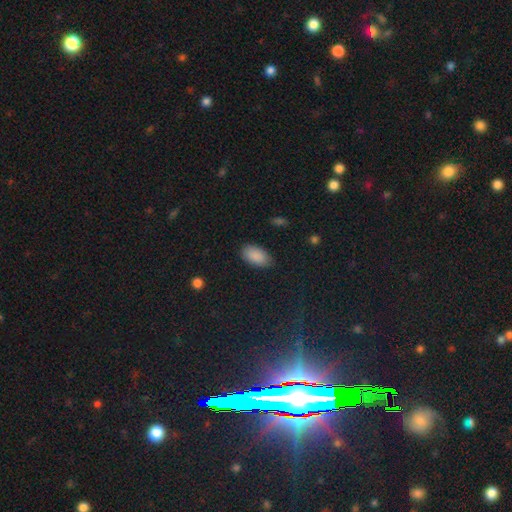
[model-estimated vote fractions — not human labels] Q: Smooth or featured?
A: smooth (89%); runner-up: star or artifact (7%)
Q: How rounded?
A: in between (95%); runner-up: round (3%)
Q: Merging?
A: none (83%); runner-up: minor disturbance (13%)